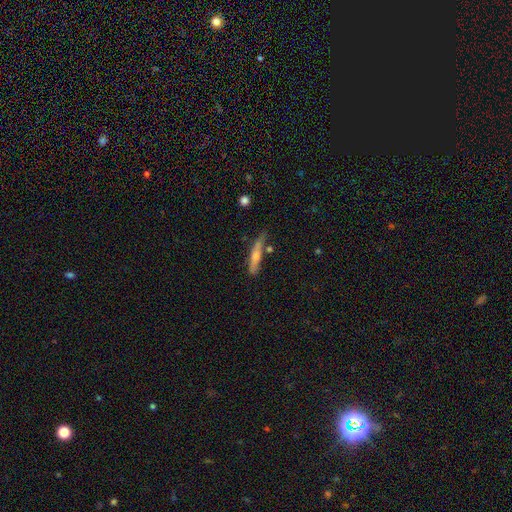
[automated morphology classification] Q: Smooth or featured?
A: smooth (58%); runner-up: featured or disk (35%)
Q: How rounded?
A: cigar-shaped (89%); runner-up: in between (9%)
Q: Merging?
A: none (65%); runner-up: minor disturbance (21%)